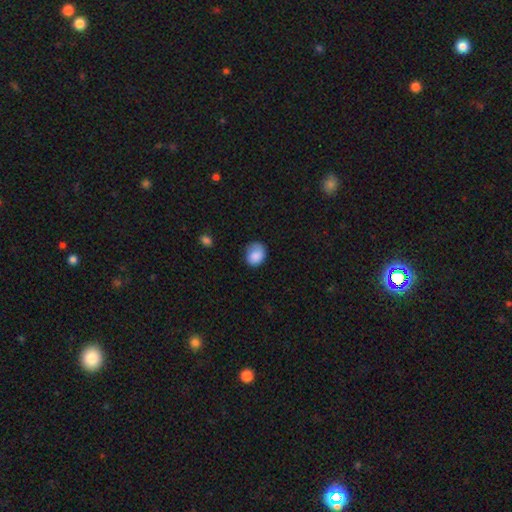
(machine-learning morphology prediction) A smooth galaxy with no disk features (83%) that is round (55%). Merging: none (61%).